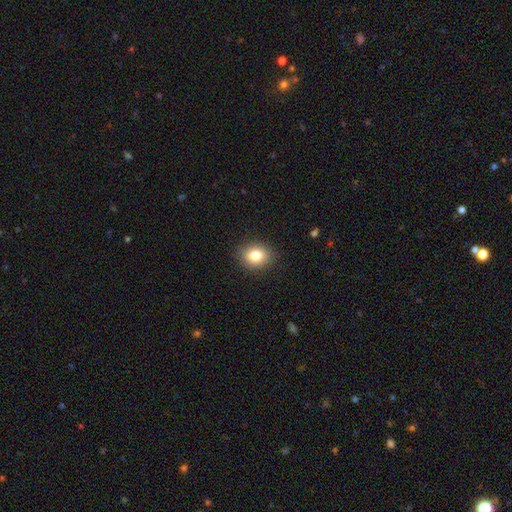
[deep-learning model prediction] Overall: smooth (81%). How rounded: in between (50%; round 49%). Merging: none (88%).